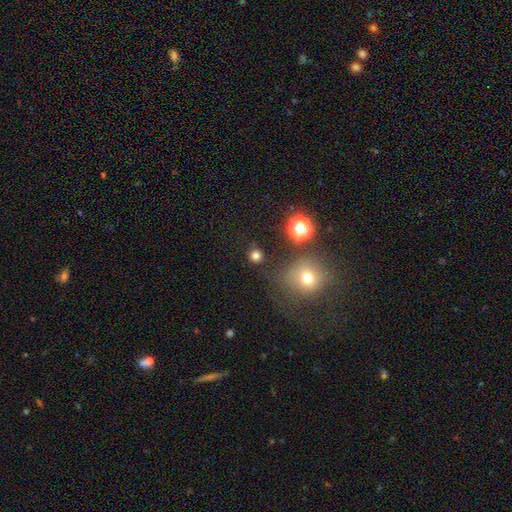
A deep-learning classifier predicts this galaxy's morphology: This appears to be a smooth galaxy with no disk features (73%) that is round (89%). Merging: none (83%).